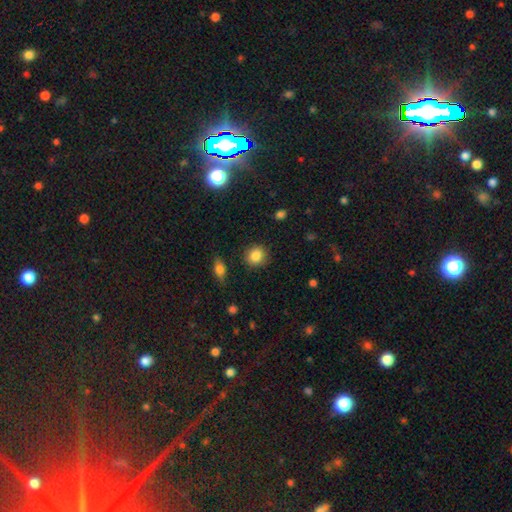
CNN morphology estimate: Smooth or featured: smooth — 85% (star or artifact — 9%)
How rounded: round — 85% (in between — 14%)
Merging: none — 88% (minor disturbance — 8%)